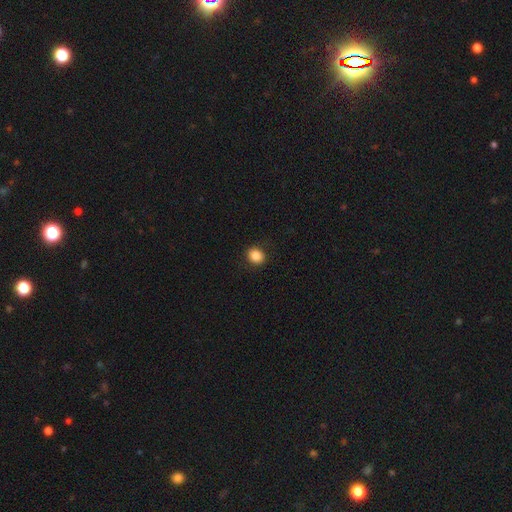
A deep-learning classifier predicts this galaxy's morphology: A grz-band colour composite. It shows a smooth galaxy with no disk features (86%) that is round (69%). Merging: none (90%).